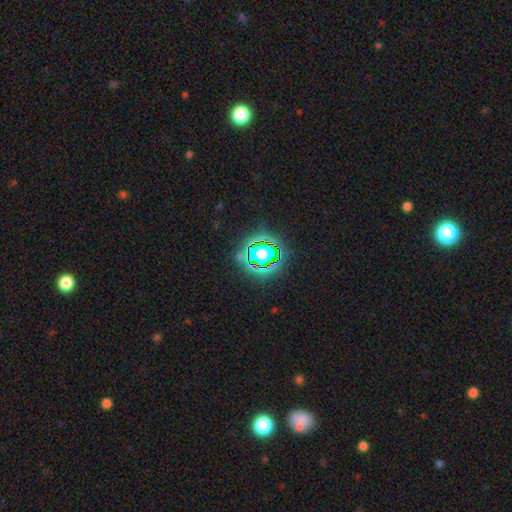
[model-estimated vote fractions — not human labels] A star or artifact, not a galaxy (78%).